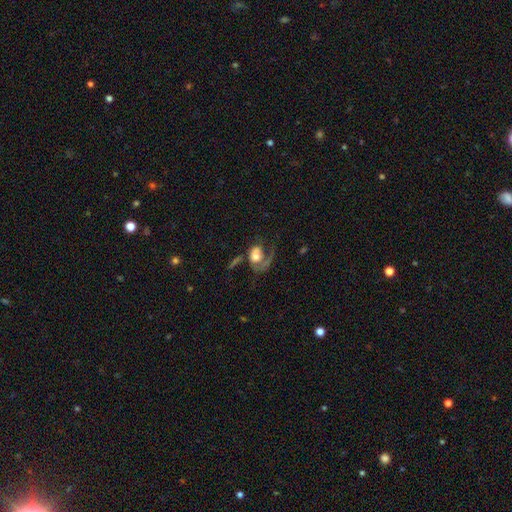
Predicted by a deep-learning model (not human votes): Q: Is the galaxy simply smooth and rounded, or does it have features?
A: featured or disk — 58%.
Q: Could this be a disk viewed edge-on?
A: no — 96%.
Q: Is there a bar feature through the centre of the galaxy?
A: no — 76%.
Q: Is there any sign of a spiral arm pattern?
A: yes — 75%.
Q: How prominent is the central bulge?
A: moderate — 45%.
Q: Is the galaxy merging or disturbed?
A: major disturbance — 50%.